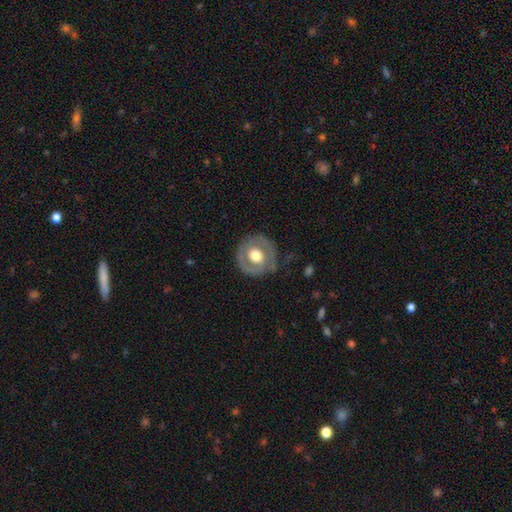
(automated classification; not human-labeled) Smooth or featured? featured or disk (48%)
Merging? none (77%)